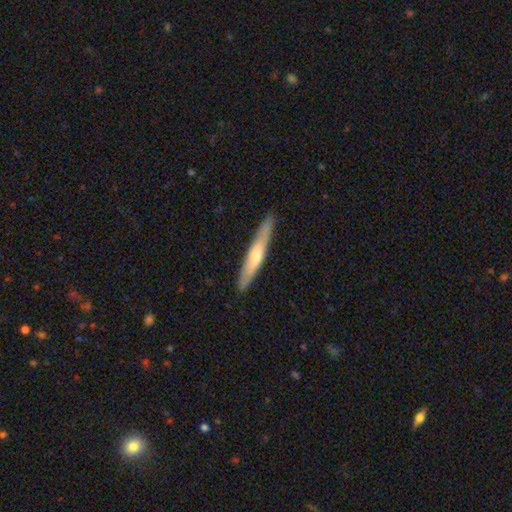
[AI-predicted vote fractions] smooth_or_featured: featured or disk (p=0.48) [alt: smooth p=0.47]
merging: none (p=0.89) [alt: minor disturbance p=0.08]